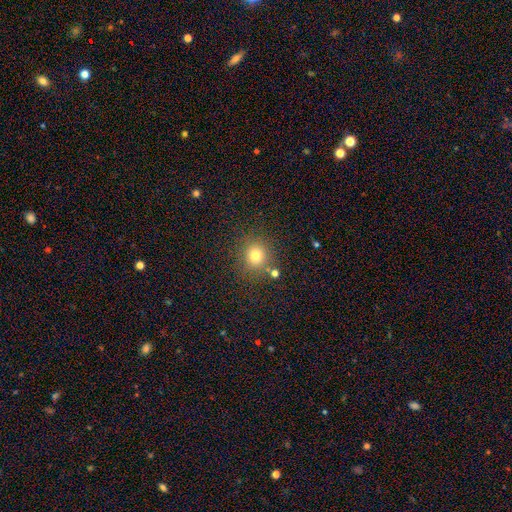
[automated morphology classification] Overall: smooth (76%). How rounded: round (87%). Merging: none (82%).